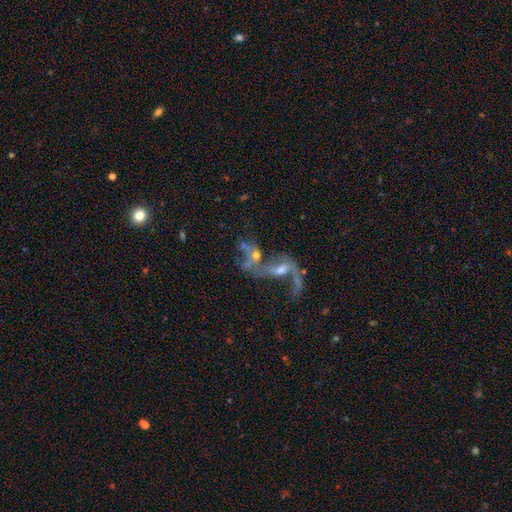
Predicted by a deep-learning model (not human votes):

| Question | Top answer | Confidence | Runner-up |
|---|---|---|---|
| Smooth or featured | featured or disk | 63% | smooth (21%) |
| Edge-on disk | no | 94% | yes (6%) |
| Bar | no | 61% | weak (29%) |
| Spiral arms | yes | 54% | no (46%) |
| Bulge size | moderate | 40% | small (30%) |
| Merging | merger | 57% | major disturbance (20%) |